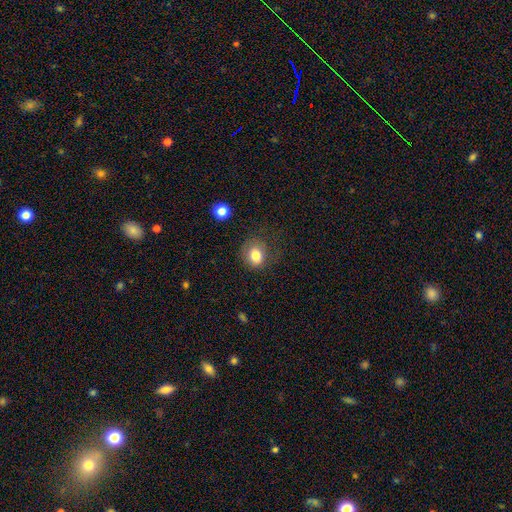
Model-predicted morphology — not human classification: type=smooth (80%); roundness=round (64%); merging=none (62%).